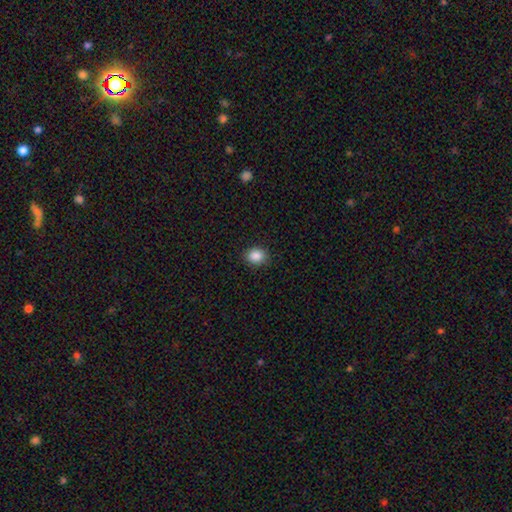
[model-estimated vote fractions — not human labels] smooth-or-featured: smooth: 88% | star or artifact: 9% | featured or disk: 3%
  how-rounded: round: 58% | in between: 41% | cigar-shaped: 1%
  merging: none: 88% | minor disturbance: 9% | major disturbance: 2% | merger: 1%